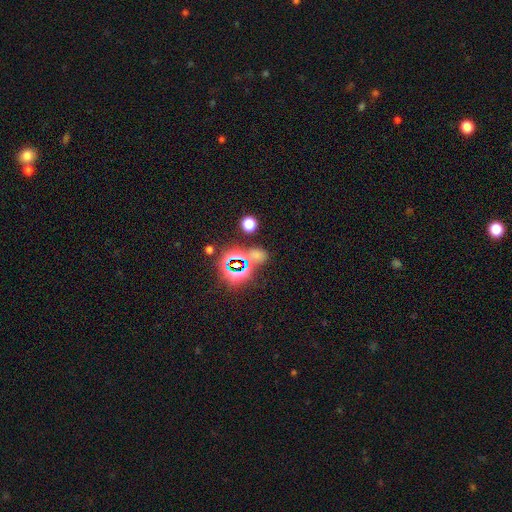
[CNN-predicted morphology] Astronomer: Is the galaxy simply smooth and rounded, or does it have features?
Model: star or artifact — 54% (runner-up: smooth, 38%).